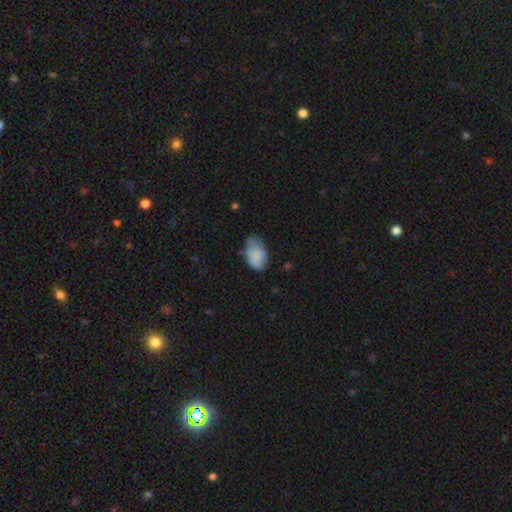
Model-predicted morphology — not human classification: Overall: smooth (77%). How rounded: in between (89%). Merging: none (43%; minor disturbance 39%).